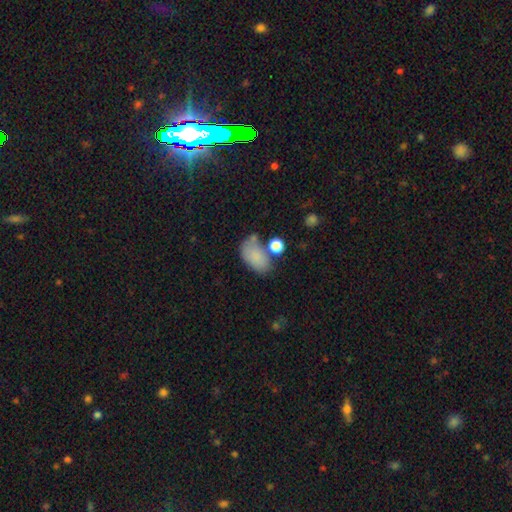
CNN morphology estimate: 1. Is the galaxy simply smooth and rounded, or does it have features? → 79% smooth, 11% featured or disk, 10% star or artifact.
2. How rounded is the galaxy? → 88% in between, 10% round, 1% cigar-shaped.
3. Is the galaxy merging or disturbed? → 46% none, 24% minor disturbance, 17% merger, 12% major disturbance.